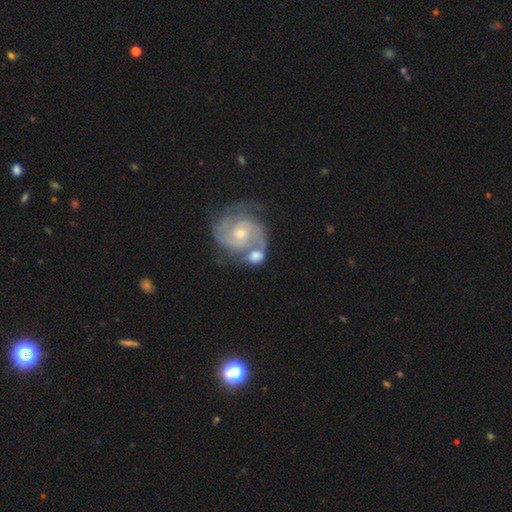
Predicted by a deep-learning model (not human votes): The model was most divided on "spiral winding": medium: 44%, tight: 42%, loose: 14%. Remaining: edge-on disk — no (97%); spiral arms — yes (93%); spiral arm count — 2 (75%); smooth or featured — featured or disk (73%); bar — no (64%); merging — merger (50%); bulge size — small (46%).